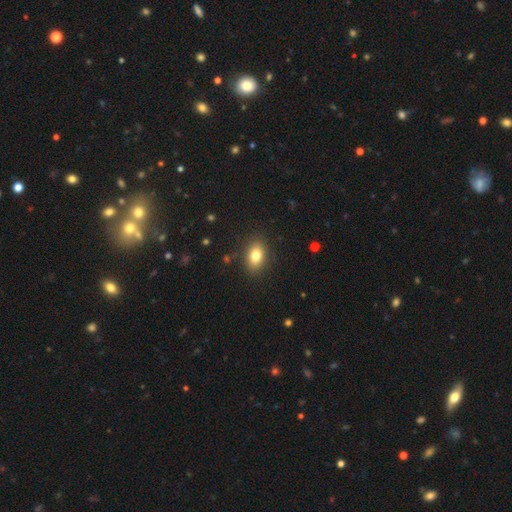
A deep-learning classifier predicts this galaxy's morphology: Smooth or featured? Predicted: smooth (p=0.81). How rounded? Predicted: in between (p=0.82). Merging? Predicted: none (p=0.87).